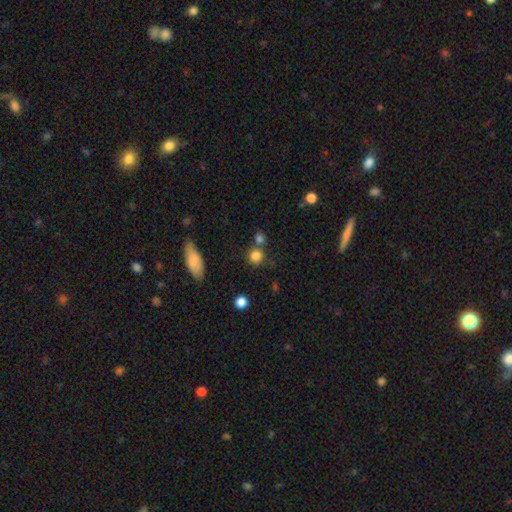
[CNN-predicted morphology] Smooth or featured: smooth — 82% (star or artifact — 12%)
How rounded: round — 88% (in between — 10%)
Merging: none — 67% (merger — 19%)